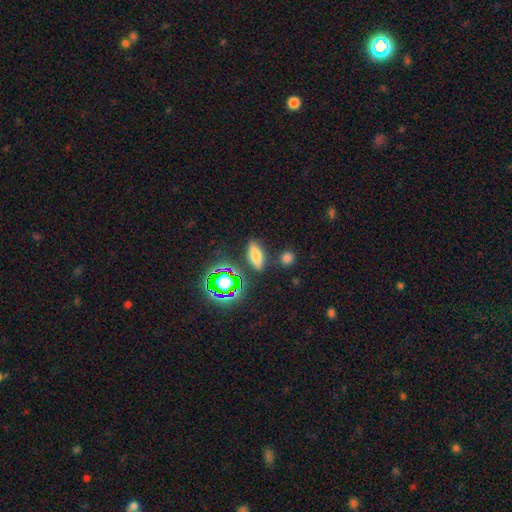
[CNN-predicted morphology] Smooth or featured? Predicted: smooth (p=0.65). How rounded? Predicted: in between (p=0.68). Merging? Predicted: none (p=0.82).